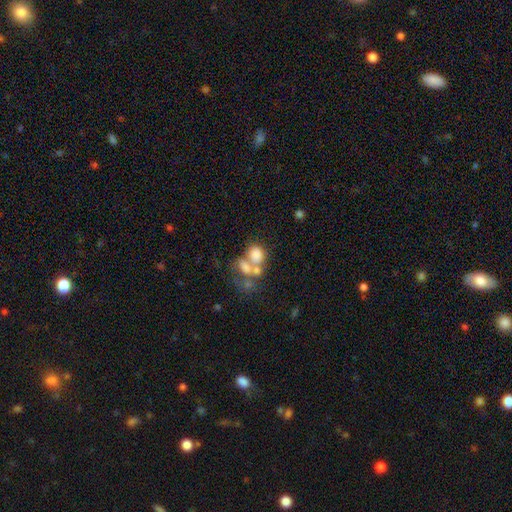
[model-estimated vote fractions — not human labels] This appears to be a smooth galaxy with no disk features (60%) that is in between round and cigar-shaped (53%). Merging: merger (57%).